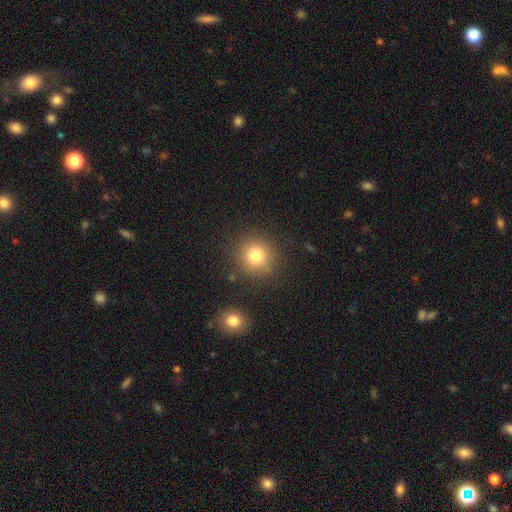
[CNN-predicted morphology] A smooth galaxy with no disk features (79%) that is round (92%). Merging: none (86%).